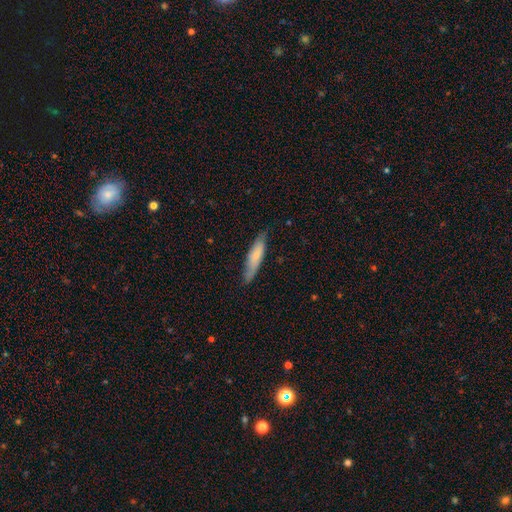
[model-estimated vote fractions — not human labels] Smooth or featured?
  - smooth: 62% *
  - featured or disk: 33%
  - star or artifact: 6%
How rounded?
  - cigar-shaped: 76% *
  - in between: 23%
  - round: 1%
Merging?
  - none: 77% *
  - minor disturbance: 19%
  - major disturbance: 3%
  - merger: 1%